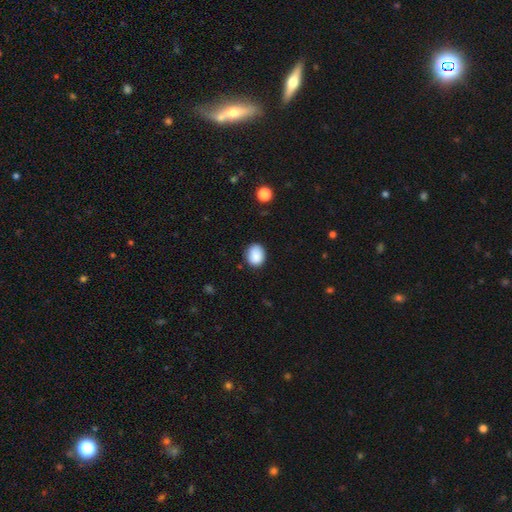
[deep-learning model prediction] Smooth or featured? Predicted: smooth (p=0.88). How rounded? Predicted: round (p=0.52). Merging? Predicted: none (p=0.82).